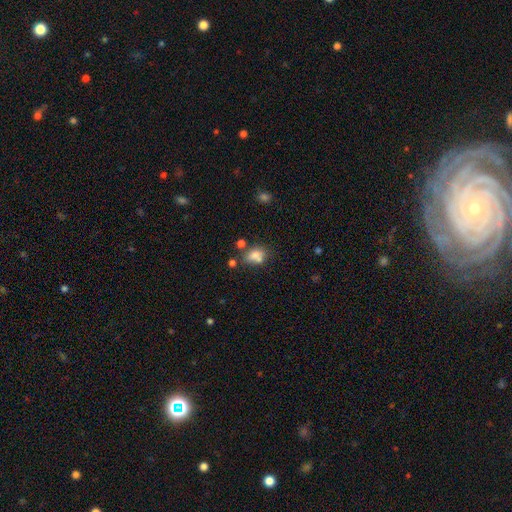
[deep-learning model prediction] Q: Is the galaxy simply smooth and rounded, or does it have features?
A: smooth — 73%.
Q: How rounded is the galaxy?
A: in between — 69%.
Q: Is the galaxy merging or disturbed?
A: none — 42%.